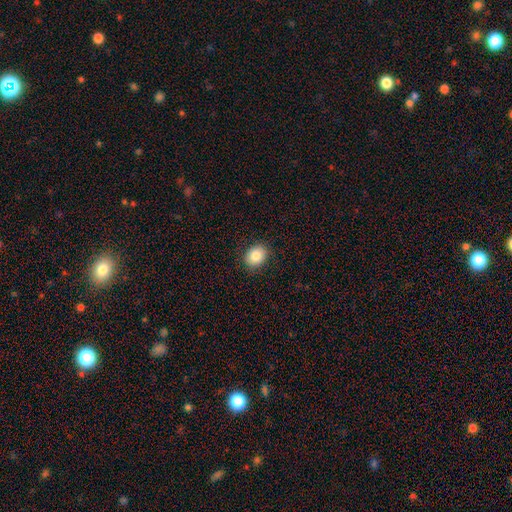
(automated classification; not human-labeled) Smooth or featured? Predicted: smooth (p=0.85). How rounded? Predicted: in between (p=0.57). Merging? Predicted: none (p=0.88).